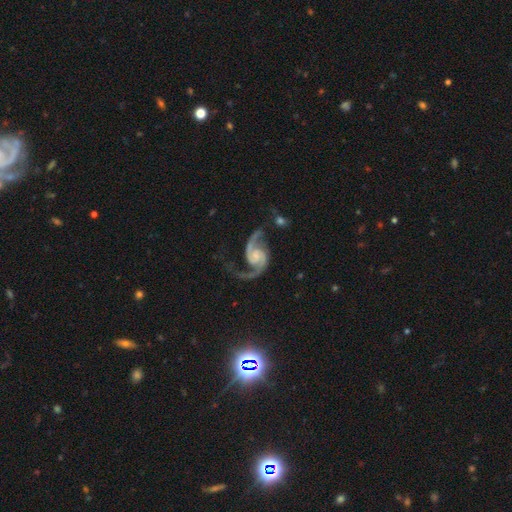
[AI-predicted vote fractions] smooth-or-featured: featured or disk: 94% | star or artifact: 4% | smooth: 3%
  disk-edge-on: no: 98% | yes: 2%
    bar: no: 61% | weak: 31% | strong: 8%
    has-spiral-arms: yes: 98% | no: 2%
      spiral-winding: medium: 49% | loose: 40% | tight: 11%
      spiral-arm-count: 2: 94% | 1: 2% | can't tell: 1% | 3: 1% | 4: 1% | more than 4: 1%
    bulge-size: small: 42% | none: 27% | moderate: 24% | large: 6% | dominant: 2%
  merging: none: 64% | minor disturbance: 17% | major disturbance: 14% | merger: 5%